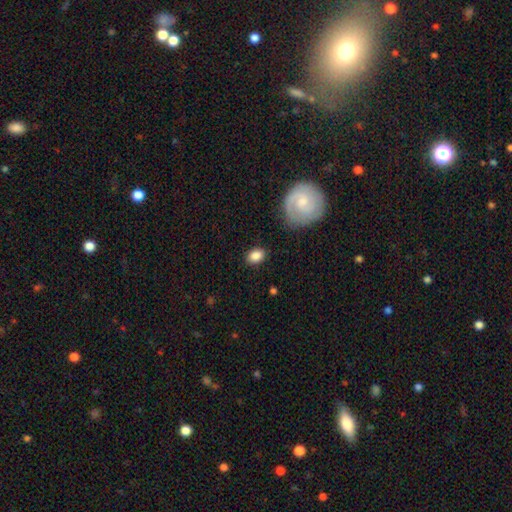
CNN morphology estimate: Smooth or featured? smooth (84%)
How rounded? in between (70%)
Merging? none (84%)